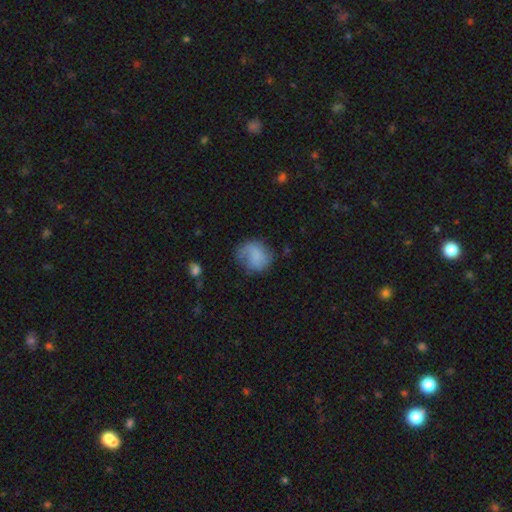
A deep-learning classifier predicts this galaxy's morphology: Smooth or featured?
  - smooth: 68% *
  - featured or disk: 24%
  - star or artifact: 9%
How rounded?
  - round: 69% *
  - in between: 30%
  - cigar-shaped: 1%
Merging?
  - none: 48% *
  - minor disturbance: 29%
  - major disturbance: 21%
  - merger: 3%